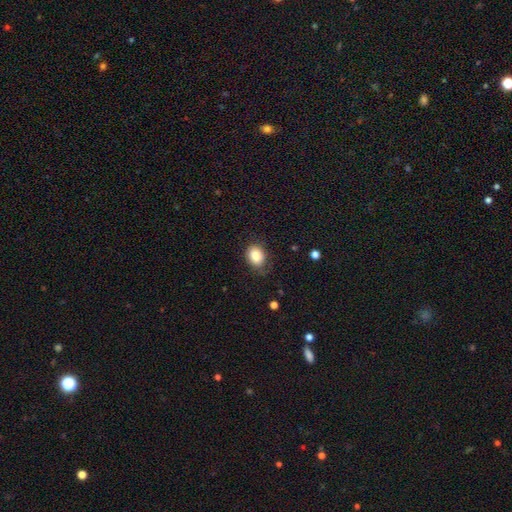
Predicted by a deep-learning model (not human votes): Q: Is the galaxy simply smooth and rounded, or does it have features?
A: smooth — 85%.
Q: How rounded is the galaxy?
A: in between — 58%.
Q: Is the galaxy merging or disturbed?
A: none — 73%.